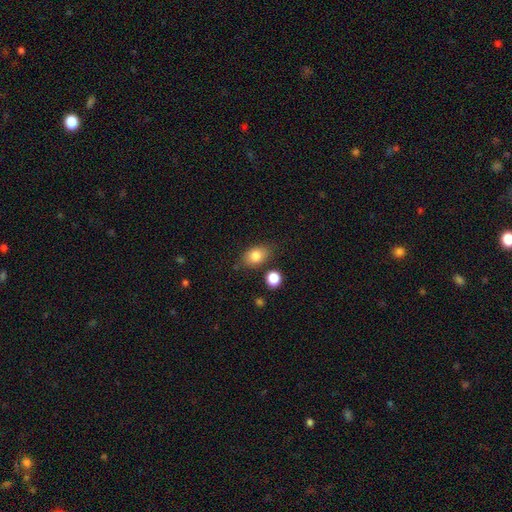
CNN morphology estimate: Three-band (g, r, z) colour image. It shows a smooth galaxy with no disk features (83%) that is in between round and cigar-shaped (78%). Merging: none (76%).